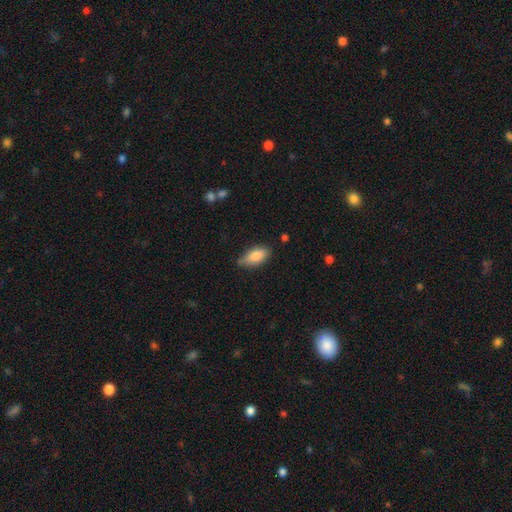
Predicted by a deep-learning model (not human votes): smooth-or-featured: smooth: 84% | featured or disk: 10% | star or artifact: 7%
  how-rounded: in between: 88% | cigar-shaped: 9% | round: 3%
  merging: none: 72% | minor disturbance: 22% | major disturbance: 3% | merger: 2%